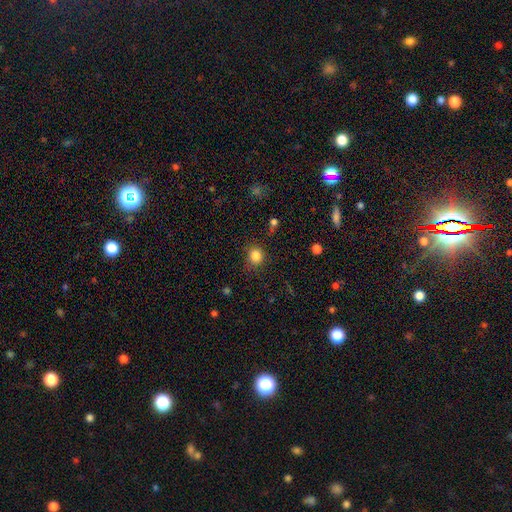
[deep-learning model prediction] Smooth or featured: smooth — 83% (star or artifact — 12%)
How rounded: round — 85% (in between — 14%)
Merging: none — 81% (minor disturbance — 13%)